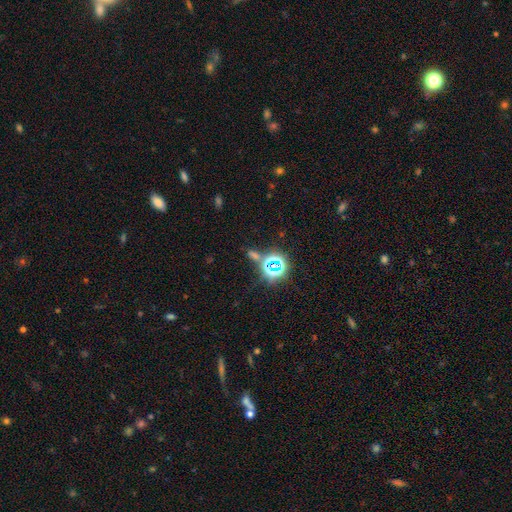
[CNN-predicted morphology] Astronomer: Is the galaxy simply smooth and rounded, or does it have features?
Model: star or artifact — 72%.